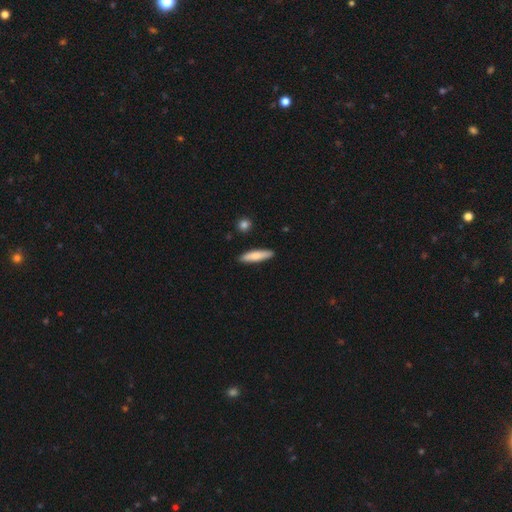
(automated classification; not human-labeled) Q: Smooth or featured?
A: smooth (78%); runner-up: featured or disk (16%)
Q: How rounded?
A: cigar-shaped (79%); runner-up: in between (19%)
Q: Merging?
A: none (89%); runner-up: minor disturbance (8%)